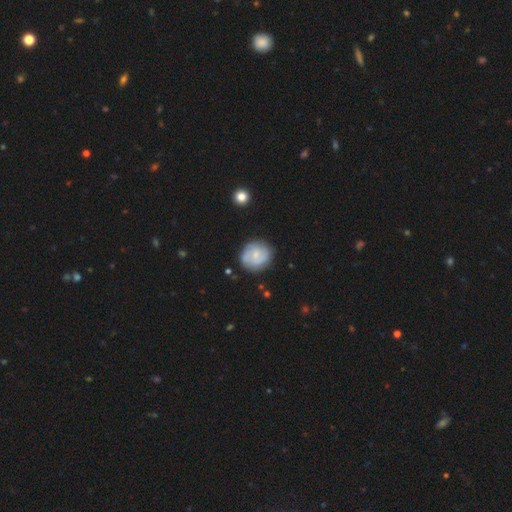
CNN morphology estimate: Overall: featured or disk (52%; smooth 42%). Edge-on disk: no (98%). Bar: no (53%; weak 41%). Spiral arms: yes (77%). Bulge size: small (63%; moderate 29%). Merging: none (78%).